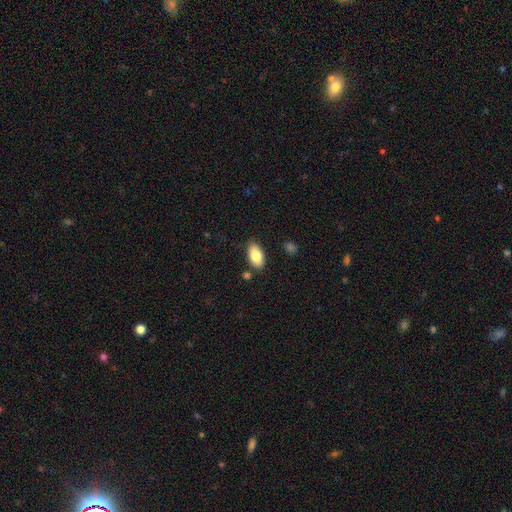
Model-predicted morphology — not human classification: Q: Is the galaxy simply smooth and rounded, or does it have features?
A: smooth — 83%.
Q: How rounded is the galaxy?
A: in between — 94%.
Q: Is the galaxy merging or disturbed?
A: none — 83%.